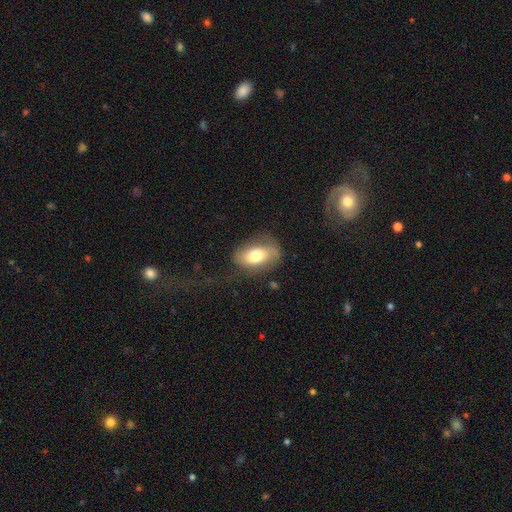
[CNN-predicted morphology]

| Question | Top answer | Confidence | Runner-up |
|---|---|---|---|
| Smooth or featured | smooth | 64% | featured or disk (29%) |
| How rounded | in between | 90% | round (8%) |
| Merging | none | 59% | minor disturbance (23%) |